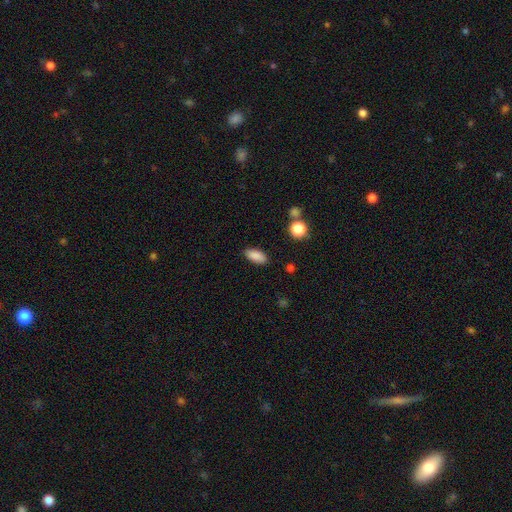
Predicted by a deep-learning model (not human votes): Q: Smooth or featured?
A: smooth (88%); runner-up: star or artifact (8%)
Q: How rounded?
A: in between (89%); runner-up: cigar-shaped (8%)
Q: Merging?
A: none (87%); runner-up: minor disturbance (9%)